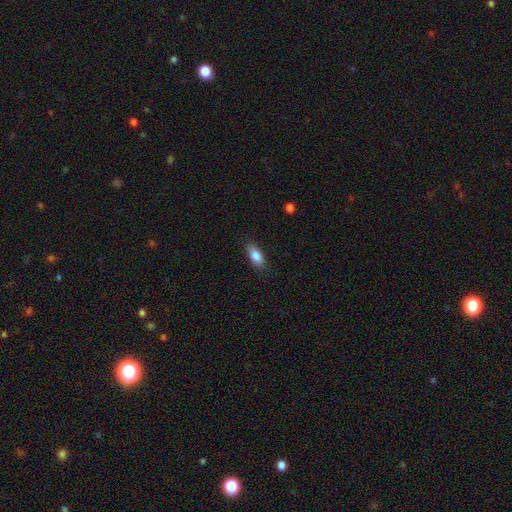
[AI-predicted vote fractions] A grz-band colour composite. It shows a smooth galaxy with no disk features (86%) that is in between round and cigar-shaped (82%). Merging: none (83%).